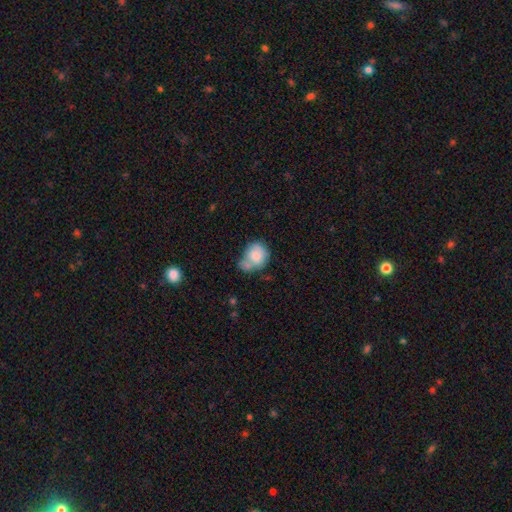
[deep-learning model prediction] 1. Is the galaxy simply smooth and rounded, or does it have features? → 77% smooth, 16% featured or disk, 8% star or artifact.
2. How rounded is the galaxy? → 61% round, 38% in between, 1% cigar-shaped.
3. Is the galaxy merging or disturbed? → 31% merger, 30% none, 26% minor disturbance, 12% major disturbance.